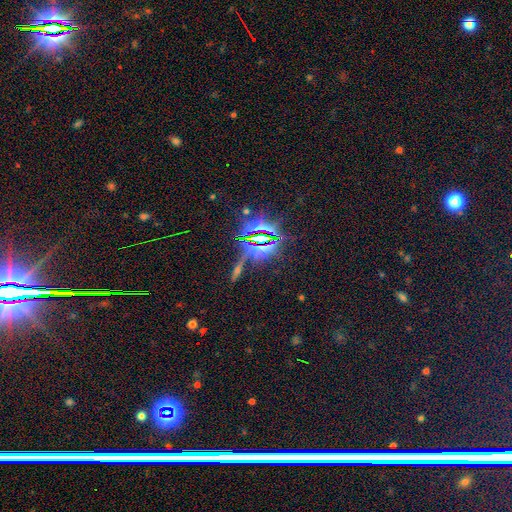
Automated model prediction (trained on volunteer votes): Smooth or featured? Predicted: star or artifact (p=0.76).